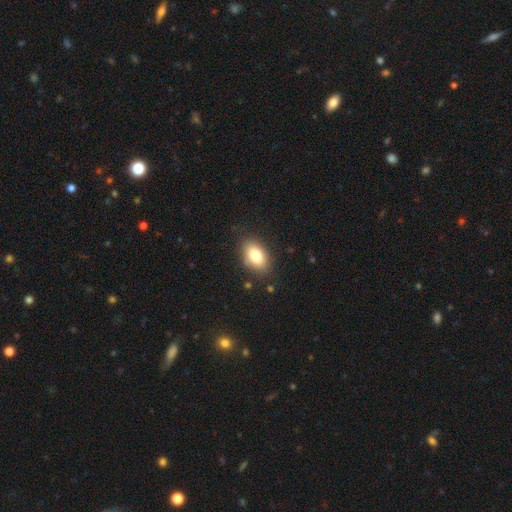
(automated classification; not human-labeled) Smooth or featured? smooth (81%)
How rounded? in between (89%)
Merging? none (83%)